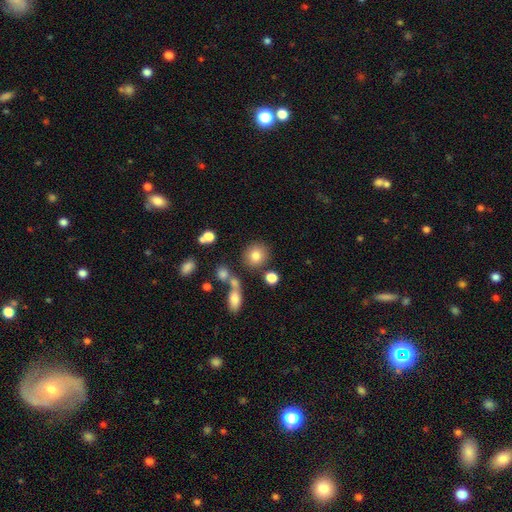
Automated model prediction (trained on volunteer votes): Q: Smooth or featured?
A: smooth (80%); runner-up: star or artifact (11%)
Q: How rounded?
A: round (84%); runner-up: in between (15%)
Q: Merging?
A: none (78%); runner-up: minor disturbance (9%)